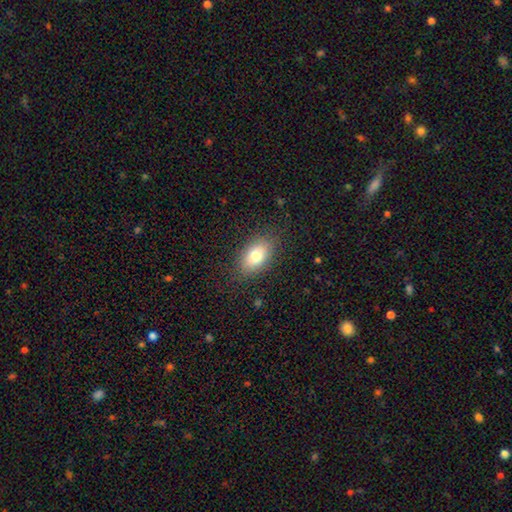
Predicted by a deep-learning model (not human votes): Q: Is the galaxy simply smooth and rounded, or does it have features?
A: smooth — 77%.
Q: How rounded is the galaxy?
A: in between — 89%.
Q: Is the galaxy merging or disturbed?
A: none — 85%.